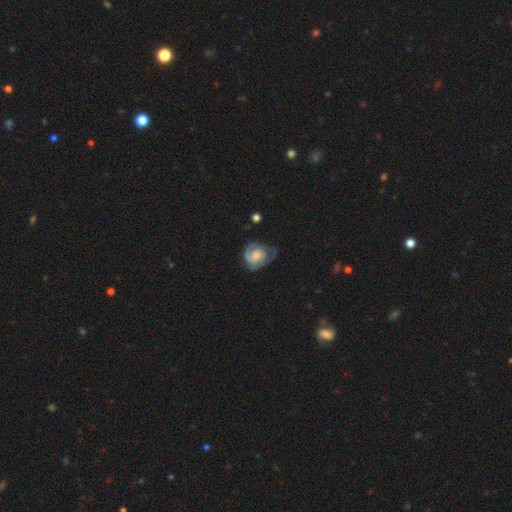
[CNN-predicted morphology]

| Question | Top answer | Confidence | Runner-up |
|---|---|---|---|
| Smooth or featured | featured or disk | 62% | smooth (32%) |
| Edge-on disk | no | 97% | yes (3%) |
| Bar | no | 73% | weak (23%) |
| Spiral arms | yes | 82% | no (18%) |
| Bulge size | moderate | 40% | large (24%) |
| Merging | none | 47% | minor disturbance (30%) |